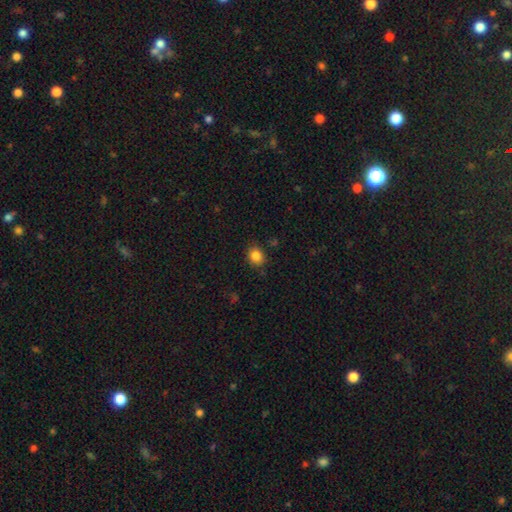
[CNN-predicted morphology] The model was most divided on "how rounded": round: 60%, in between: 39%, cigar-shaped: 1%. More confident: merging — none (85%); smooth or featured — smooth (85%).